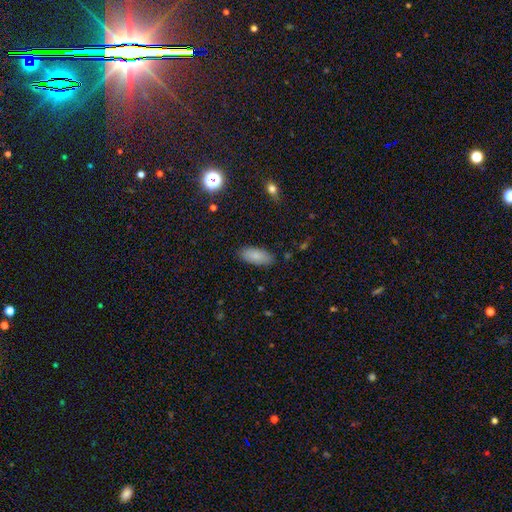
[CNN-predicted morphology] Q: Smooth or featured?
A: smooth (83%); runner-up: featured or disk (10%)
Q: How rounded?
A: in between (87%); runner-up: cigar-shaped (10%)
Q: Merging?
A: none (86%); runner-up: minor disturbance (11%)